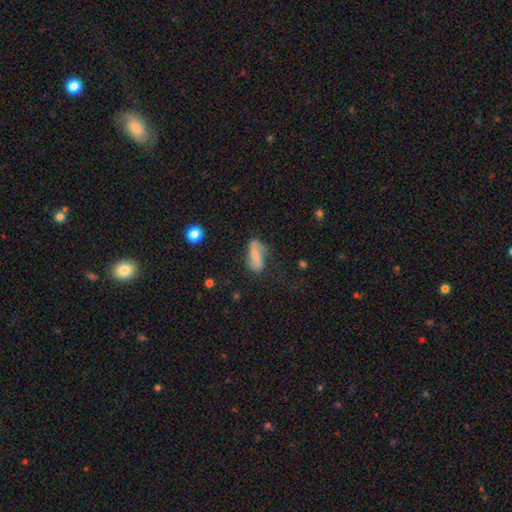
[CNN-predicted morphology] Q: Smooth or featured?
A: smooth (46%); runner-up: featured or disk (45%)
Q: Merging?
A: none (56%); runner-up: minor disturbance (24%)